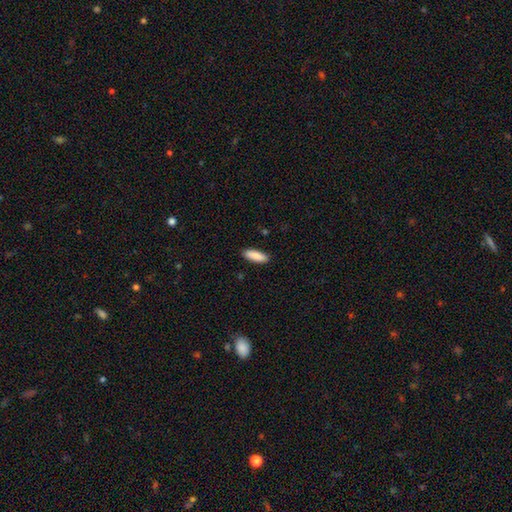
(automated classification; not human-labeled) Smooth or featured?
  - smooth: 88% *
  - featured or disk: 6%
  - star or artifact: 6%
How rounded?
  - in between: 57% *
  - cigar-shaped: 41%
  - round: 2%
Merging?
  - none: 89% *
  - minor disturbance: 8%
  - major disturbance: 2%
  - merger: 1%